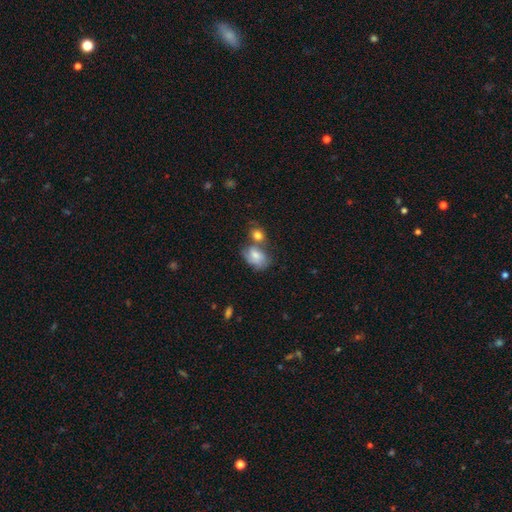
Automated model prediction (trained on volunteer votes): Smooth or featured? smooth (59%)
How rounded? in between (79%)
Merging? merger (42%)